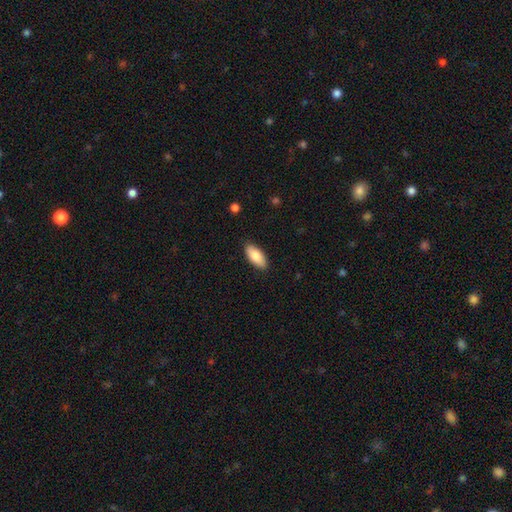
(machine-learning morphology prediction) Q: Smooth or featured?
A: smooth (83%); runner-up: featured or disk (11%)
Q: How rounded?
A: in between (86%); runner-up: cigar-shaped (12%)
Q: Merging?
A: none (88%); runner-up: minor disturbance (9%)